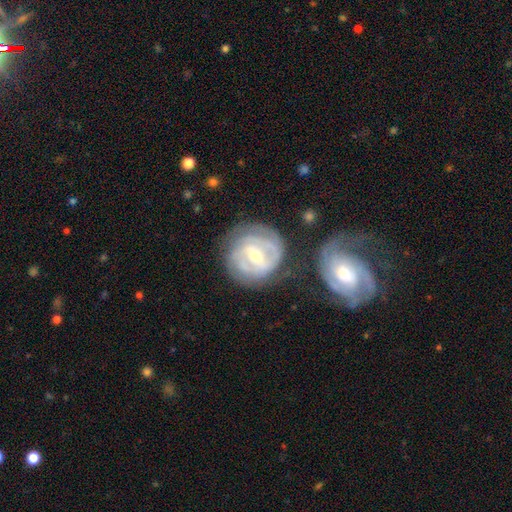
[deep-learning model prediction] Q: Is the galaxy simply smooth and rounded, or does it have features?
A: featured or disk — 81%.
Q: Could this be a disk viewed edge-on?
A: no — 97%.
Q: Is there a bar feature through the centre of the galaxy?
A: weak — 47%.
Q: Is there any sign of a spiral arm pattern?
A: yes — 88%.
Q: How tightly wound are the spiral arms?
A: tight — 63%.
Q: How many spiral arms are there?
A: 2 — 35%.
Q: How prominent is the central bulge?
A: moderate — 48%, tied with small.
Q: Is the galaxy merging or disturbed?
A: none — 66%.